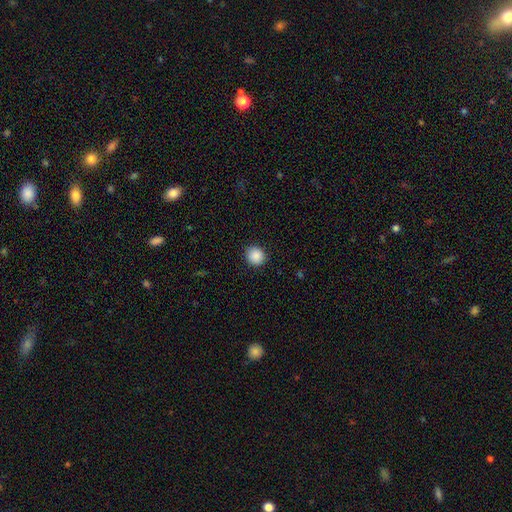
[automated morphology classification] Q: Smooth or featured?
A: smooth (89%); runner-up: star or artifact (8%)
Q: How rounded?
A: round (85%); runner-up: in between (14%)
Q: Merging?
A: none (89%); runner-up: minor disturbance (7%)